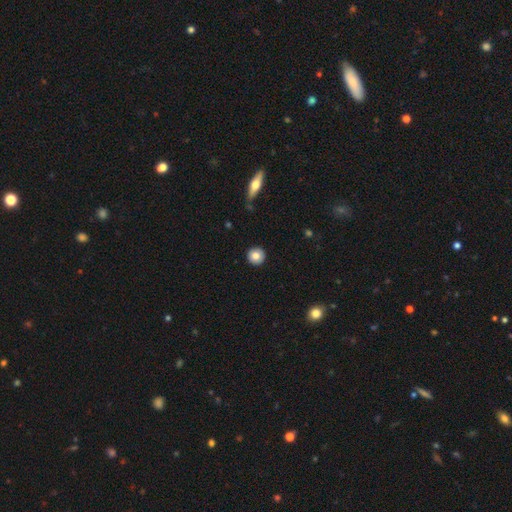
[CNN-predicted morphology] A smooth galaxy with no disk features (80%) that is round (95%).

Vote fractions:
- Smooth or featured? smooth: 80% / featured or disk: 12% / star or artifact: 8%
- How rounded? round: 95% / in between: 4% / cigar-shaped: 1%
- Merging? none: 92% / minor disturbance: 5% / major disturbance: 2% / merger: 1%